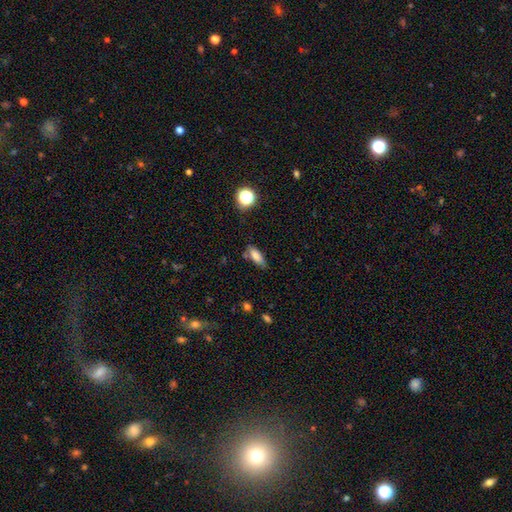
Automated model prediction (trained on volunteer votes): smooth 77%, featured or disk 12%, star or artifact 10%. Down the decision tree: how rounded — in between (73%); merging — none (63%).